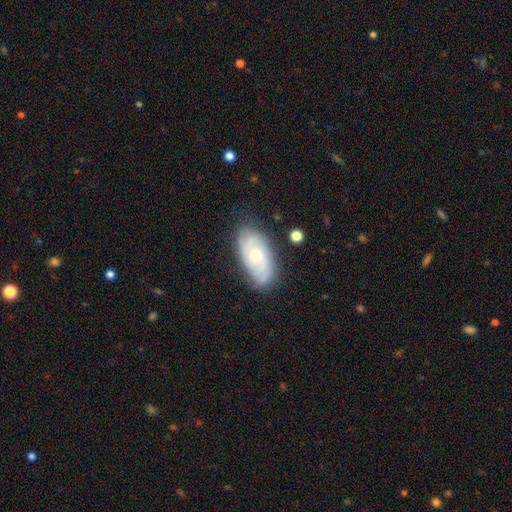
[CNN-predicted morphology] Smooth or featured?
  - featured or disk: 63% *
  - smooth: 31%
  - star or artifact: 7%
Edge-on disk?
  - no: 91% *
  - yes: 9%
Bar?
  - no: 80% *
  - weak: 16%
  - strong: 3%
Spiral arms?
  - yes: 74% *
  - no: 26%
Bulge size?
  - moderate: 66% *
  - small: 29%
  - large: 3%
  - none: 1%
  - dominant: 1%
Merging?
  - none: 75% *
  - minor disturbance: 19%
  - major disturbance: 5%
  - merger: 2%